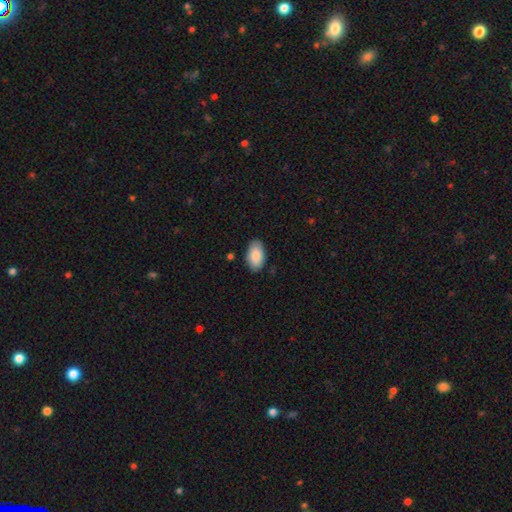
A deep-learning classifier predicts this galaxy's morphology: Overall: smooth (87%). How rounded: in between (95%). Merging: none (86%).